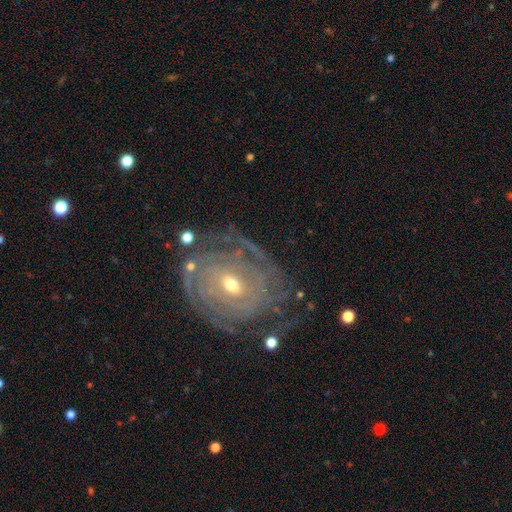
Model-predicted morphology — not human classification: Q: Smooth or featured?
A: featured or disk (78%); runner-up: star or artifact (11%)
Q: Edge-on disk?
A: no (96%); runner-up: yes (4%)
Q: Bar?
A: no (59%); runner-up: weak (30%)
Q: Spiral arms?
A: yes (86%); runner-up: no (14%)
Q: Spiral winding?
A: tight (76%); runner-up: medium (19%)
Q: Spiral arm count?
A: can't tell (48%); runner-up: 2 (15%)
Q: Bulge size?
A: small (53%); runner-up: moderate (43%)
Q: Merging?
A: none (70%); runner-up: minor disturbance (17%)